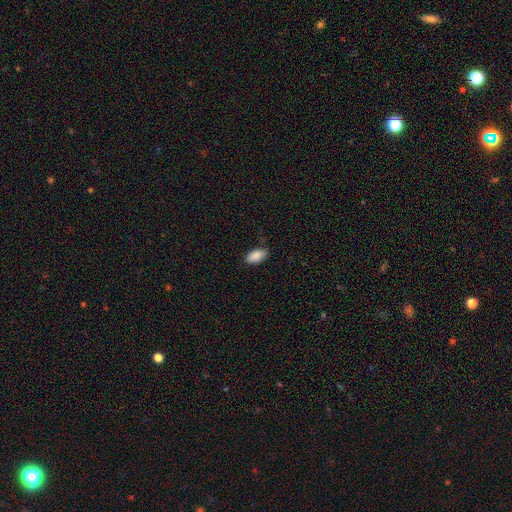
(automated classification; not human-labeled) smooth_or_featured: smooth (p=0.89) [alt: star or artifact p=0.07]
how_rounded: in between (p=0.93) [alt: cigar-shaped p=0.04]
merging: none (p=0.82) [alt: minor disturbance p=0.14]